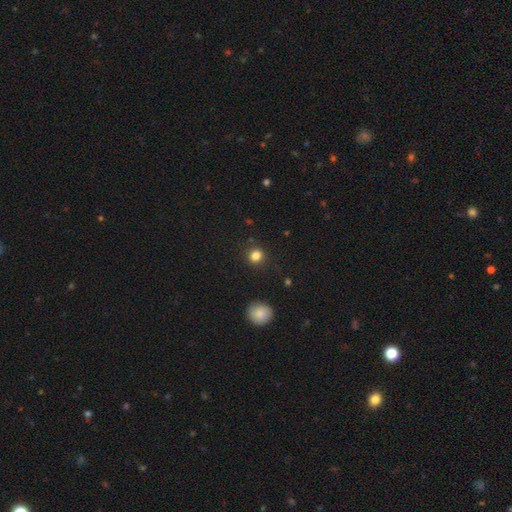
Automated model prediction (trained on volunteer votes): This appears to be a smooth galaxy with no disk features (83%) that is round (90%). Merging: none (89%).